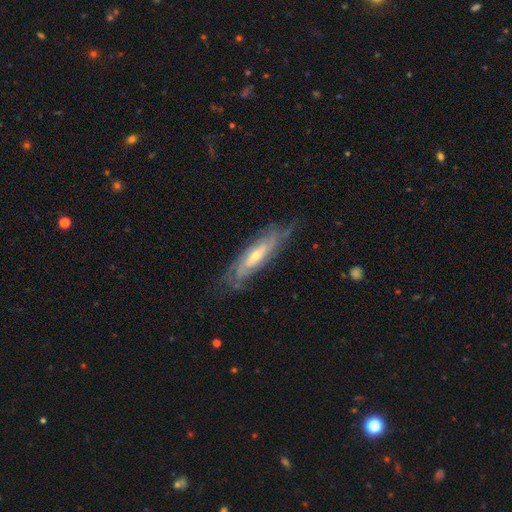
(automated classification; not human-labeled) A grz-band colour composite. It shows a featured or disk galaxy (79%) with no bar (55%), tight (64%) spiral arms (90%) and a small central bulge (57%). Merging: none (71%).